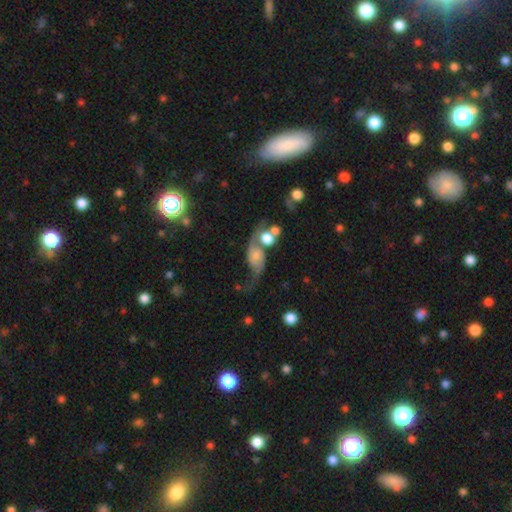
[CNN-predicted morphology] featured or disk 72%, smooth 20%, star or artifact 8%. Down the decision tree: edge-on disk — no (95%); bar — no (71%); spiral arms — yes (91%); spiral arm count — 2 (88%); spiral winding — loose (84%); bulge size — small (34%); merging — none (34%).